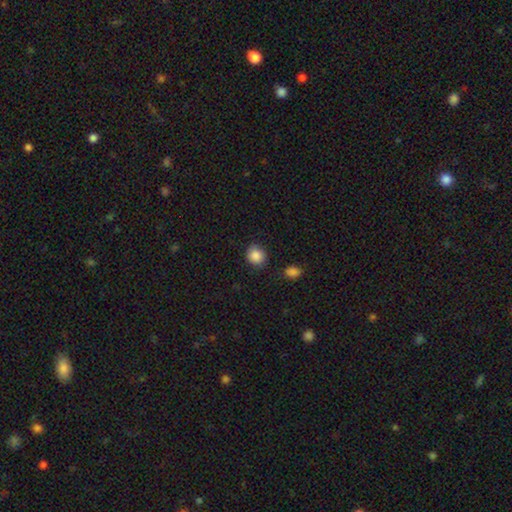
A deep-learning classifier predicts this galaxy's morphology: Q: Smooth or featured?
A: smooth (88%); runner-up: star or artifact (9%)
Q: How rounded?
A: round (81%); runner-up: in between (18%)
Q: Merging?
A: none (82%); runner-up: minor disturbance (12%)